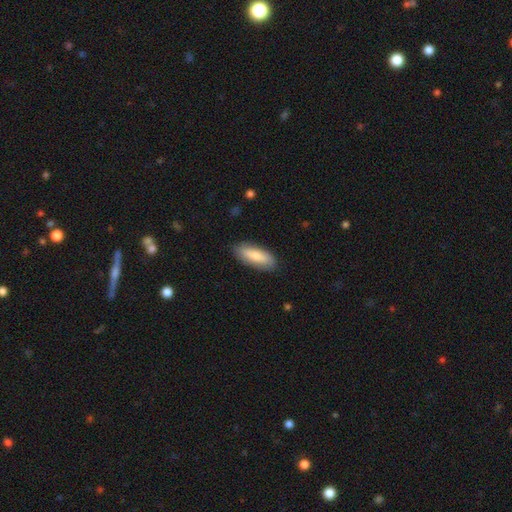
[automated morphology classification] Smooth or featured: smooth — 78% (featured or disk — 16%)
How rounded: in between — 68% (cigar-shaped — 30%)
Merging: none — 85% (minor disturbance — 11%)